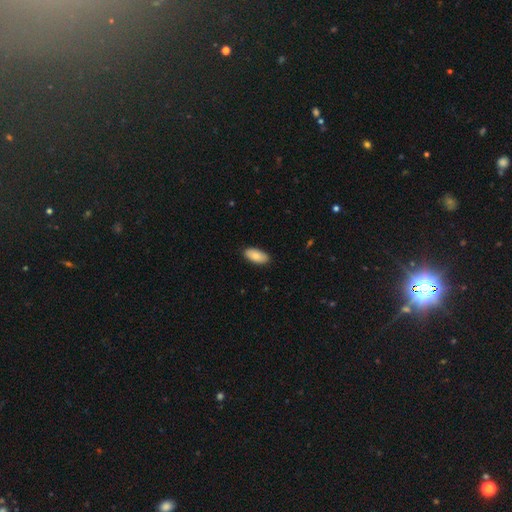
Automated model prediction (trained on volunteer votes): Smooth or featured? smooth (86%)
How rounded? in between (93%)
Merging? none (88%)